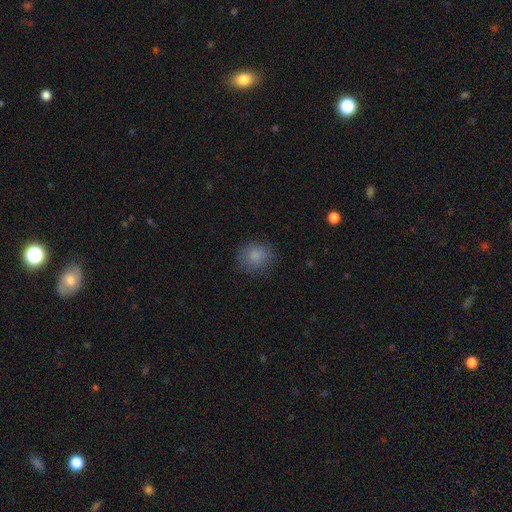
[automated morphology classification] Q: Smooth or featured?
A: smooth (84%); runner-up: star or artifact (10%)
Q: How rounded?
A: round (81%); runner-up: in between (18%)
Q: Merging?
A: none (82%); runner-up: minor disturbance (13%)